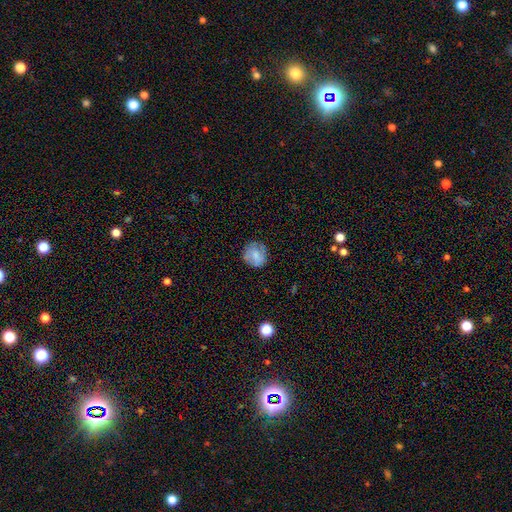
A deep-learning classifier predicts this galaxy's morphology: This is possibly a smooth galaxy (57%). How rounded: clearly round (84%). Merging: likely none (73%).